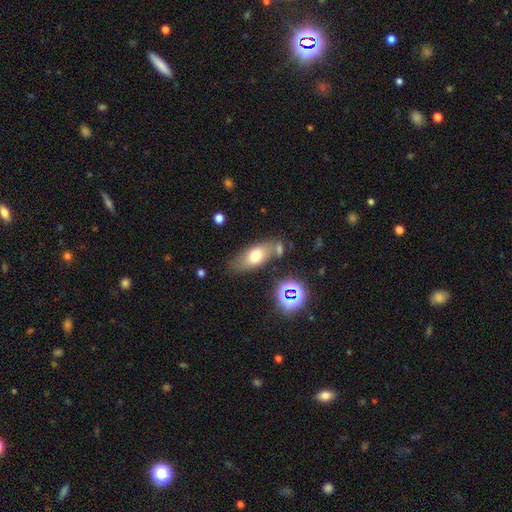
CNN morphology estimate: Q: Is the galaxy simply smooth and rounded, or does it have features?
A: smooth — 67%.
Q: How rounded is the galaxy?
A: in between — 80%.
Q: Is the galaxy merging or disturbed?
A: none — 65%.